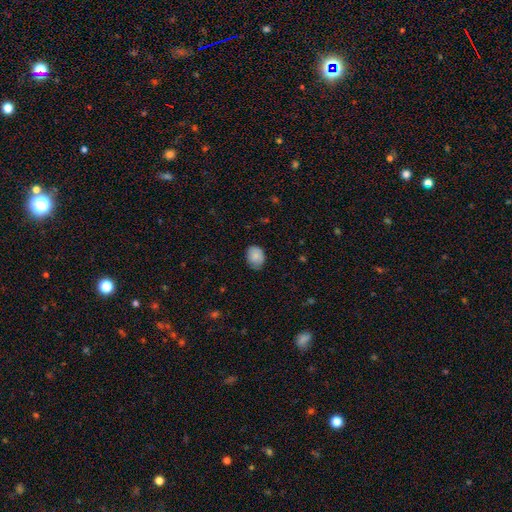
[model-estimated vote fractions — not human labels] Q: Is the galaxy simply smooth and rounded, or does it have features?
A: smooth — 84%.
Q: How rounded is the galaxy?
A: in between — 54%.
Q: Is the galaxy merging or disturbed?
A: none — 73%.